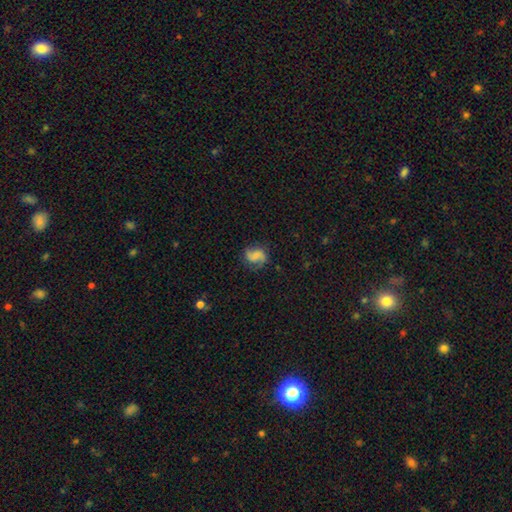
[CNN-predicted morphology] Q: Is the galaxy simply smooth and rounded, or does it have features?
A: featured or disk — 55%.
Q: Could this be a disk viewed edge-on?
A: no — 98%.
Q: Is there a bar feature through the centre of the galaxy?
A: no — 50%.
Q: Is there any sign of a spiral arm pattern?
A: yes — 91%.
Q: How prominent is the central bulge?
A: none — 53%.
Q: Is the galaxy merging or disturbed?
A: none — 68%.